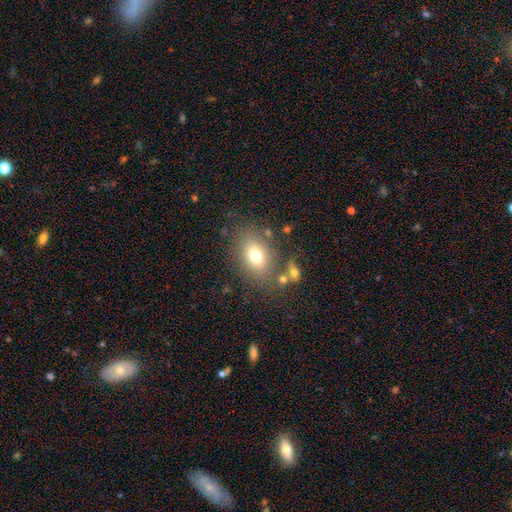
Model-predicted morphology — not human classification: A smooth galaxy with no disk features (72%) that is in between round and cigar-shaped (75%).

Vote fractions:
- Smooth or featured? smooth: 72% / featured or disk: 16% / star or artifact: 12%
- How rounded? in between: 75% / round: 24% / cigar-shaped: 2%
- Merging? none: 74% / minor disturbance: 13% / merger: 7% / major disturbance: 6%